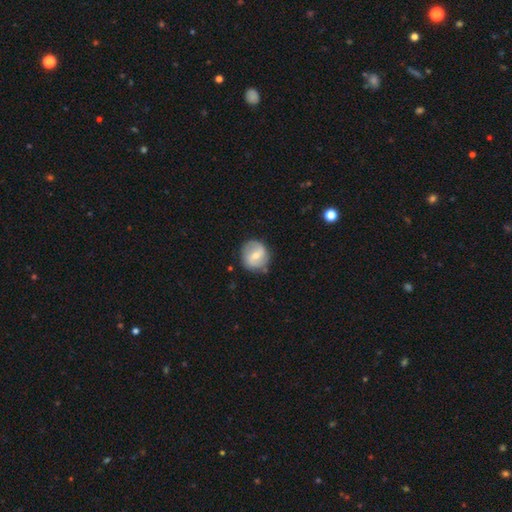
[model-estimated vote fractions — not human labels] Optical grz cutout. It shows a featured or disk galaxy (56%) with a weak bar (52%), spiral arms (76%) and a moderate central bulge (50%). Merging: none (78%).